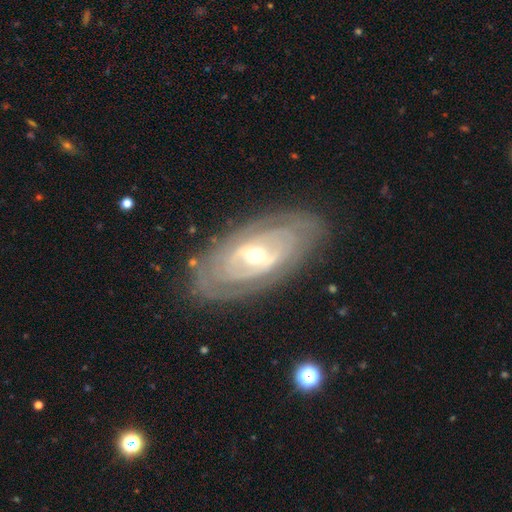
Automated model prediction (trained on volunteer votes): A featured or disk galaxy (83%) with a weak bar (39%), tight (77%) spiral arms (76%) and a moderate central bulge (56%). Merging: none (81%).